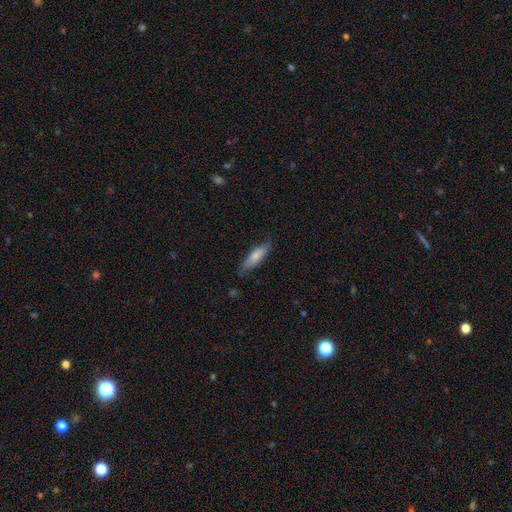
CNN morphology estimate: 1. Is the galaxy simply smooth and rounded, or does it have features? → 66% smooth, 28% featured or disk, 6% star or artifact.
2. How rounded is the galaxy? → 58% cigar-shaped, 40% in between, 2% round.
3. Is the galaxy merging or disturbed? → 73% none, 22% minor disturbance, 4% major disturbance, 1% merger.